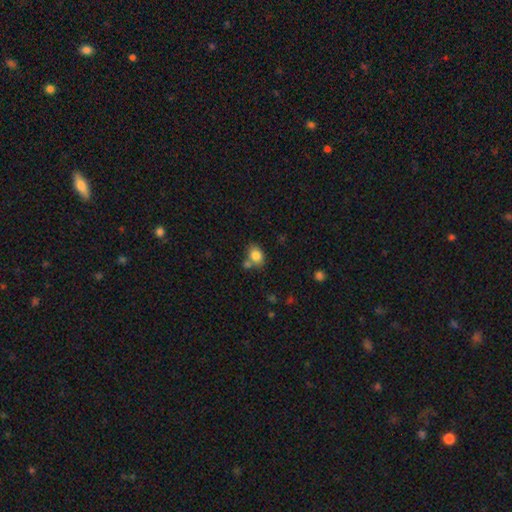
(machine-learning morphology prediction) smooth 82%, star or artifact 9%, featured or disk 9%. Down the decision tree: how rounded — in between (67%); merging — none (55%).